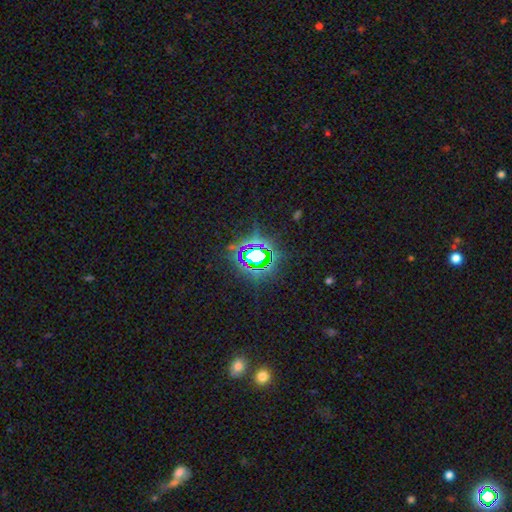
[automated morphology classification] Smooth or featured? Predicted: star or artifact (p=0.78).